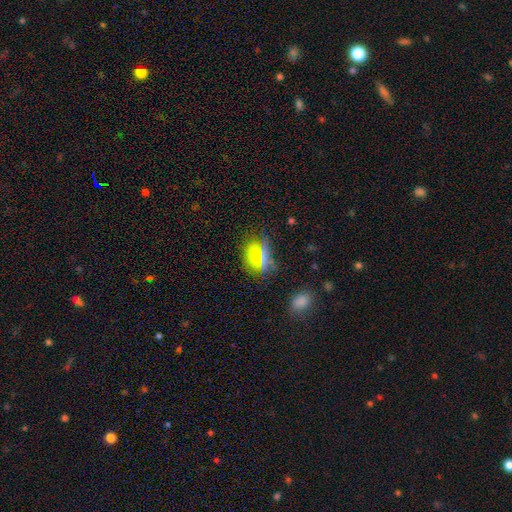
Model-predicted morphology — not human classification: smooth-or-featured: smooth: 69% | star or artifact: 22% | featured or disk: 9%
  how-rounded: in between: 64% | round: 30% | cigar-shaped: 6%
  merging: none: 79% | minor disturbance: 13% | major disturbance: 5% | merger: 3%